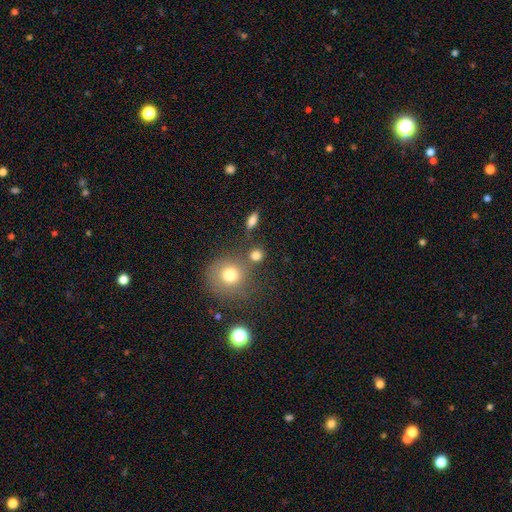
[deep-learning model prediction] smooth-or-featured: smooth: 79% | star or artifact: 14% | featured or disk: 8%
  how-rounded: round: 82% | in between: 16% | cigar-shaped: 2%
  merging: none: 67% | merger: 17% | minor disturbance: 11% | major disturbance: 5%